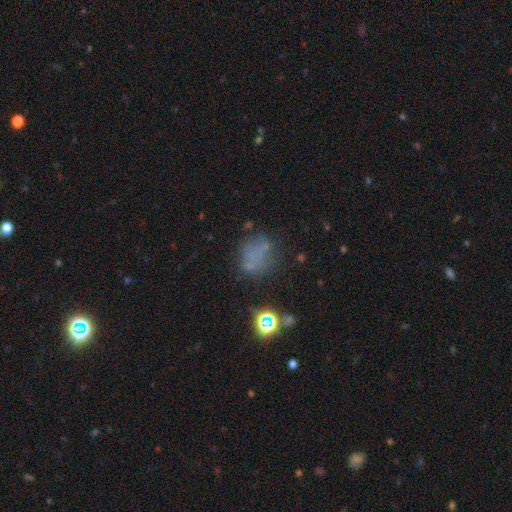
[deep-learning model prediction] A smooth galaxy with no disk features (49%).

Vote fractions:
- Smooth or featured? smooth: 49% / star or artifact: 29% / featured or disk: 22%
- Merging? none: 54% / minor disturbance: 21% / major disturbance: 18% / merger: 7%